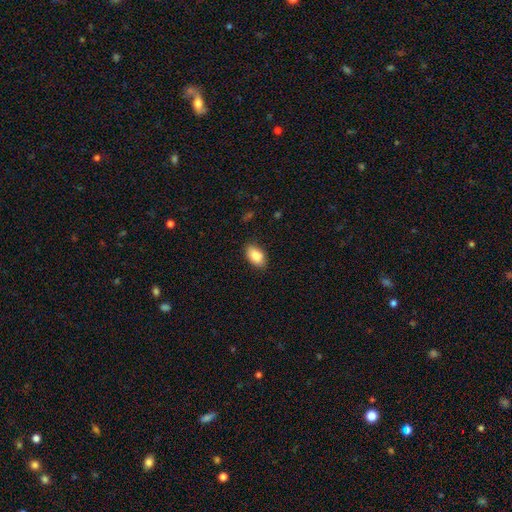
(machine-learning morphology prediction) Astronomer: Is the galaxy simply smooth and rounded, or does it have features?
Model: smooth — 86%.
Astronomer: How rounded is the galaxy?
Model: in between — 92%.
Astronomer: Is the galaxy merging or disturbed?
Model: none — 85%.